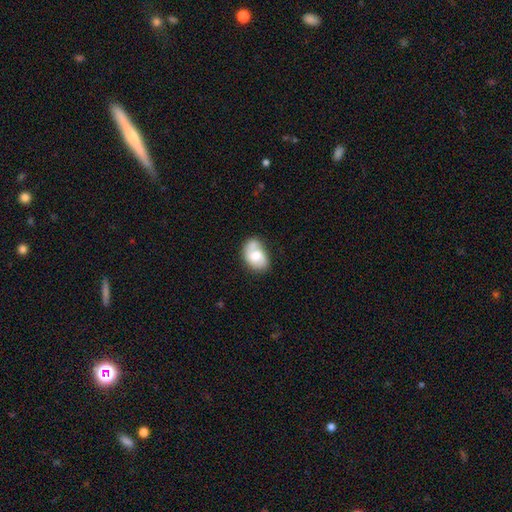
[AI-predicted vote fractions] smooth_or_featured: smooth (p=0.55) [alt: featured or disk p=0.38]
how_rounded: in between (p=0.83) [alt: round p=0.16]
merging: none (p=0.50) [alt: minor disturbance p=0.27]